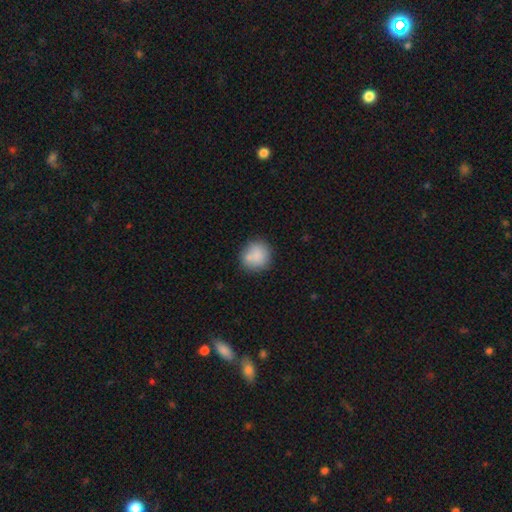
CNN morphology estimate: smooth_or_featured: smooth (p=0.81) [alt: featured or disk p=0.11]
how_rounded: round (p=0.89) [alt: in between p=0.10]
merging: none (p=0.68) [alt: minor disturbance p=0.15]